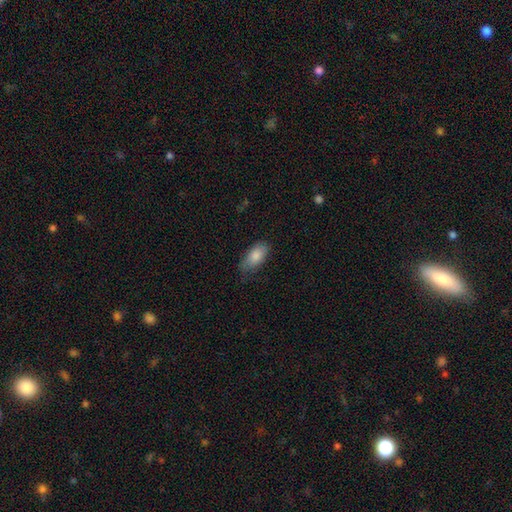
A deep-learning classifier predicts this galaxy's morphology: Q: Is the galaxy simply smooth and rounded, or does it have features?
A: smooth — 84%.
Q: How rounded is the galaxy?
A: in between — 91%.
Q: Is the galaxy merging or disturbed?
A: none — 67%.